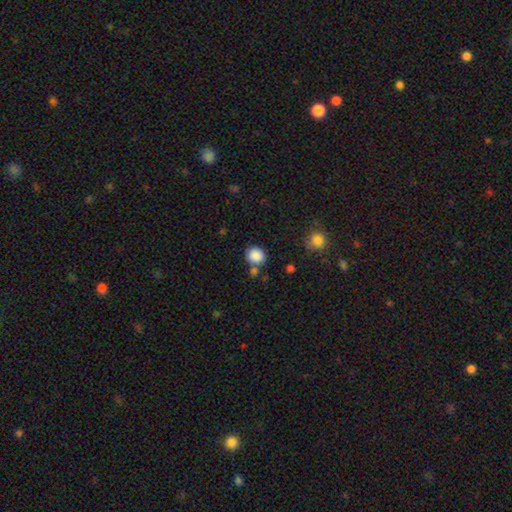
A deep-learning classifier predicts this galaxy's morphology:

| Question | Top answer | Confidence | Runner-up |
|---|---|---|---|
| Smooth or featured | smooth | 87% | star or artifact (9%) |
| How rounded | round | 77% | in between (22%) |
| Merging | none | 73% | merger (12%) |